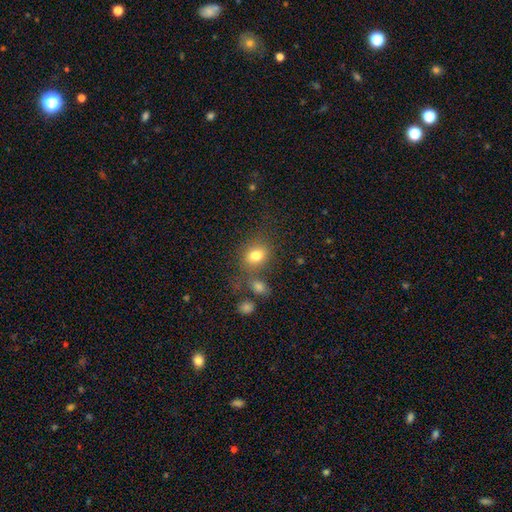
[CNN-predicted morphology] smooth_or_featured: smooth (p=0.78) [alt: star or artifact p=0.12]
how_rounded: round (p=0.55) [alt: in between p=0.44]
merging: none (p=0.65) [alt: merger p=0.14]